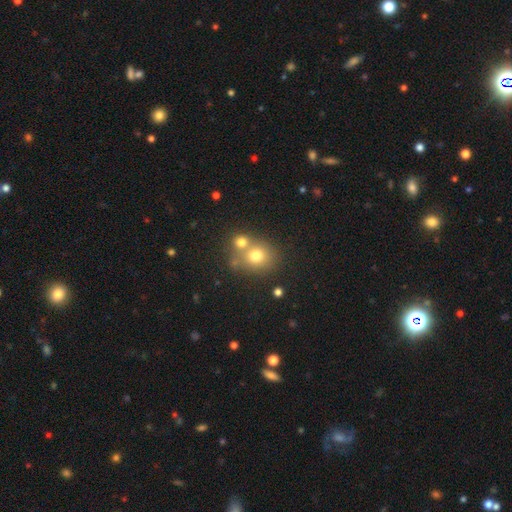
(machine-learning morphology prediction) Smooth or featured? Predicted: smooth (p=0.73). How rounded? Predicted: round (p=0.76). Merging? Predicted: none (p=0.49).